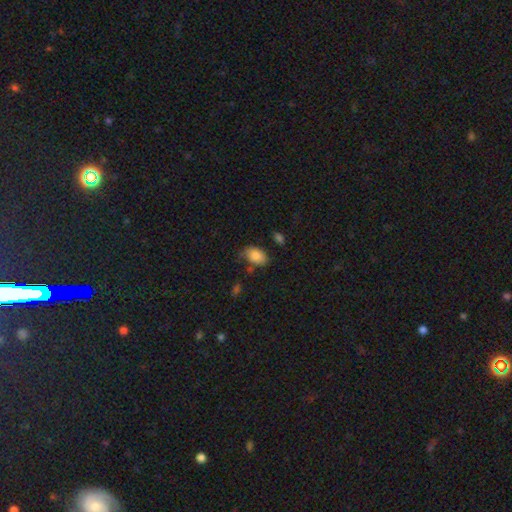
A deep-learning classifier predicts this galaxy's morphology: smooth-or-featured: smooth: 85% | featured or disk: 8% | star or artifact: 8%
  how-rounded: in between: 87% | round: 11% | cigar-shaped: 1%
  merging: none: 63% | minor disturbance: 26% | major disturbance: 7% | merger: 4%